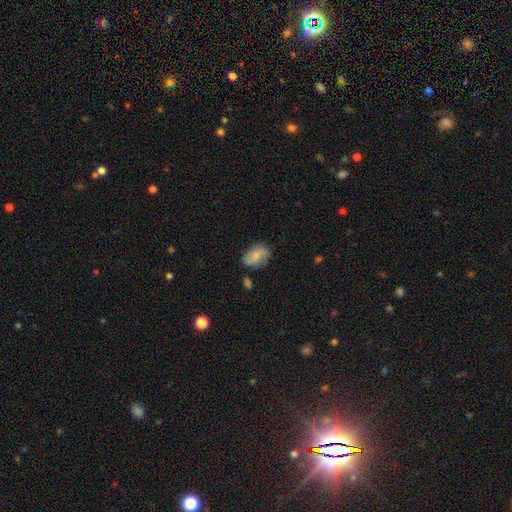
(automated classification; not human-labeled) This is likely a smooth galaxy (73%). How rounded: clearly in between (84%). Merging: likely none (71%).